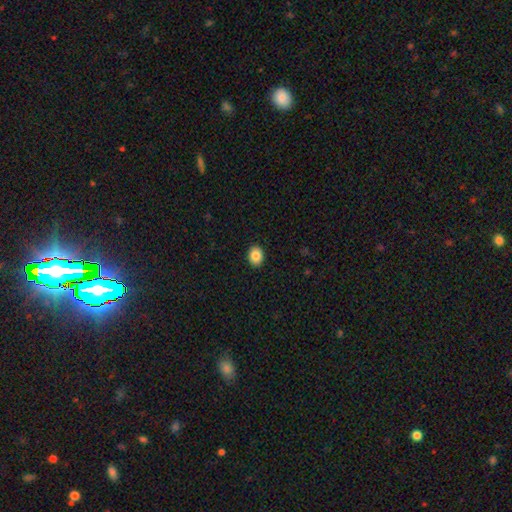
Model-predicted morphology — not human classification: This is clearly a smooth galaxy (86%). How rounded: possibly in between (57%). Merging: clearly none (91%).